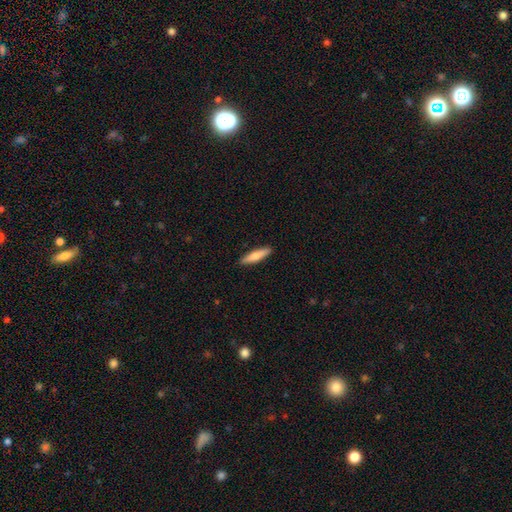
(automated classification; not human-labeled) This is likely a smooth galaxy (72%). How rounded: clearly cigar-shaped (80%). Merging: clearly none (90%).